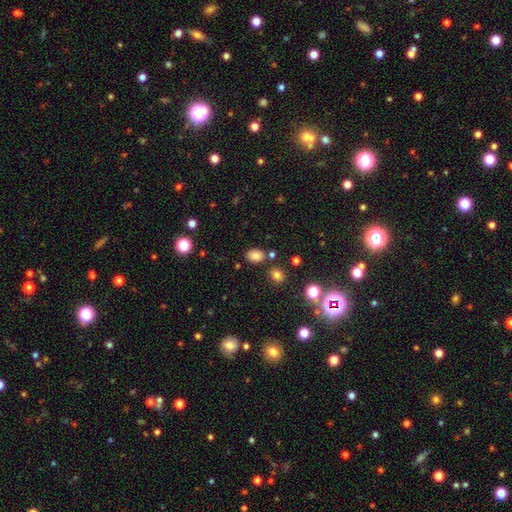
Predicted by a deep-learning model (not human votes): smooth 82%, star or artifact 13%, featured or disk 5%. Down the decision tree: how rounded — in between (76%); merging — none (78%).